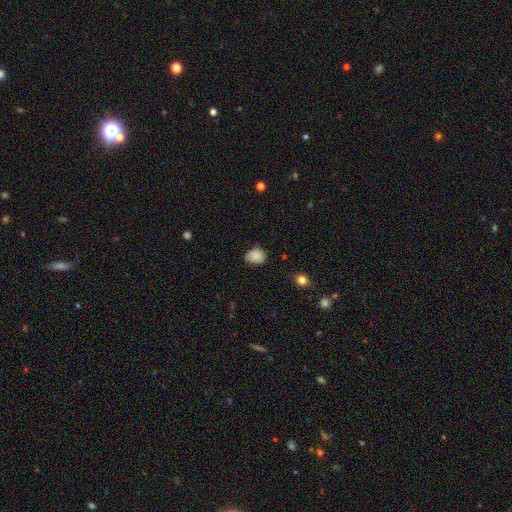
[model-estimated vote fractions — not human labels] Q: Smooth or featured?
A: smooth (85%); runner-up: star or artifact (9%)
Q: How rounded?
A: in between (56%); runner-up: round (43%)
Q: Merging?
A: none (60%); runner-up: minor disturbance (33%)